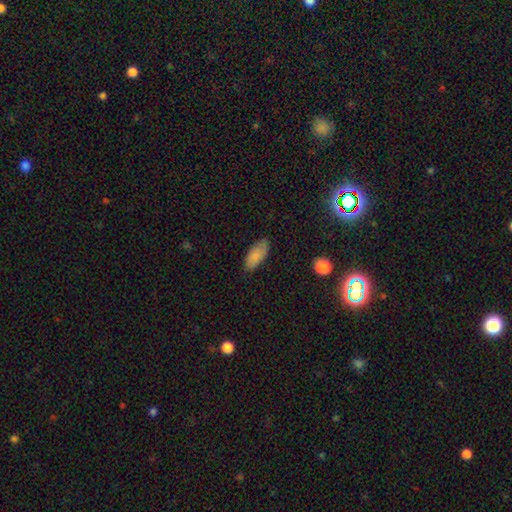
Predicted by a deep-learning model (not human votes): A smooth galaxy with no disk features (84%) that is in between round and cigar-shaped (88%). Merging: none (77%).